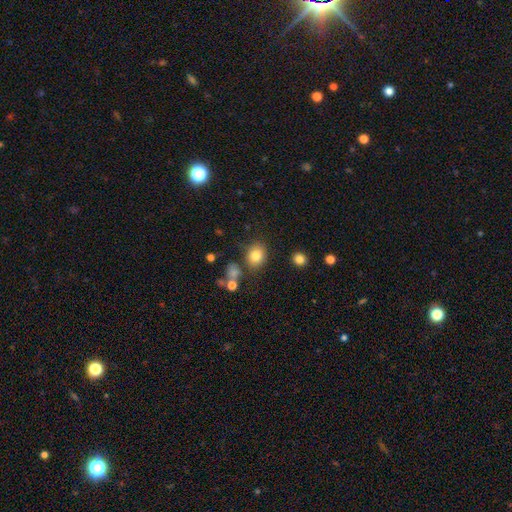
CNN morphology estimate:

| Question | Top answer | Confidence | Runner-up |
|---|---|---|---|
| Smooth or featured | smooth | 81% | star or artifact (12%) |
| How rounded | round | 59% | in between (40%) |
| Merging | none | 77% | minor disturbance (12%) |